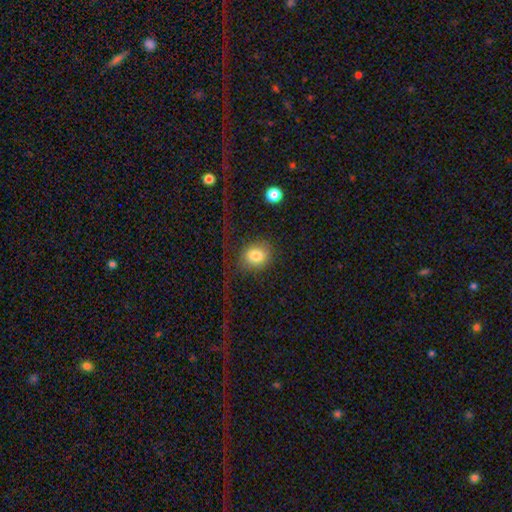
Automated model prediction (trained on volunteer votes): smooth_or_featured: smooth (p=0.79) [alt: featured or disk p=0.12]
how_rounded: round (p=0.70) [alt: in between p=0.29]
merging: none (p=0.55) [alt: major disturbance p=0.28]